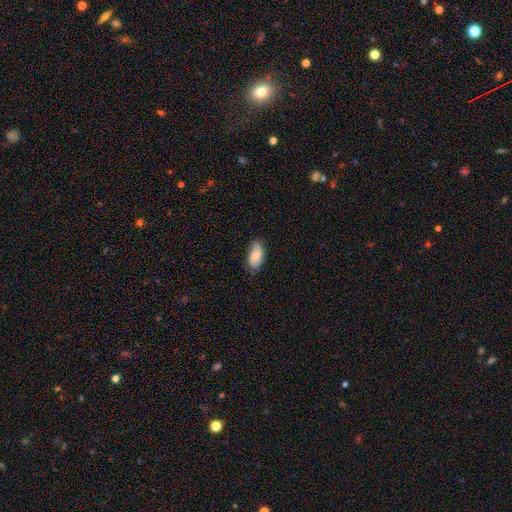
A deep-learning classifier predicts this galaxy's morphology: This is likely a smooth galaxy (76%). How rounded: clearly in between (93%). Merging: likely none (78%).